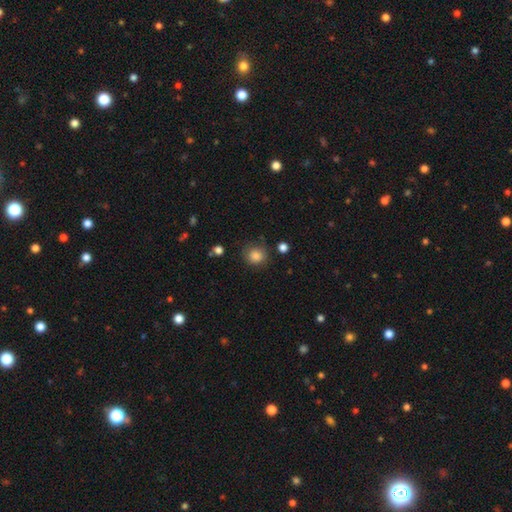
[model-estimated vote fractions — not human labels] A smooth galaxy with no disk features (85%) that is round (84%).

Vote fractions:
- Smooth or featured? smooth: 85% / star or artifact: 10% / featured or disk: 5%
- How rounded? round: 84% / in between: 15% / cigar-shaped: 1%
- Merging? none: 77% / minor disturbance: 16% / major disturbance: 5% / merger: 3%